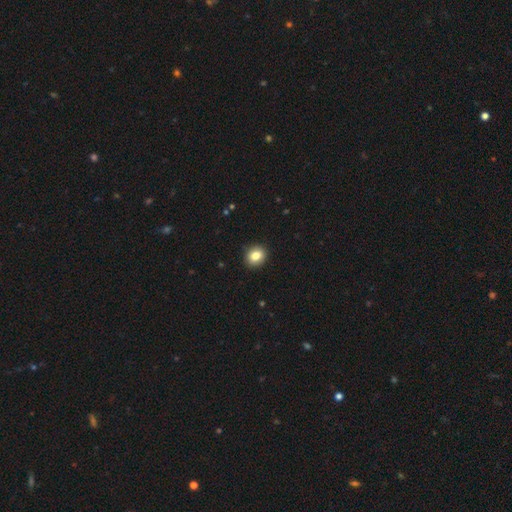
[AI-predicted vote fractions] Smooth or featured: smooth — 83% (star or artifact — 9%)
How rounded: round — 70% (in between — 30%)
Merging: none — 91% (minor disturbance — 6%)